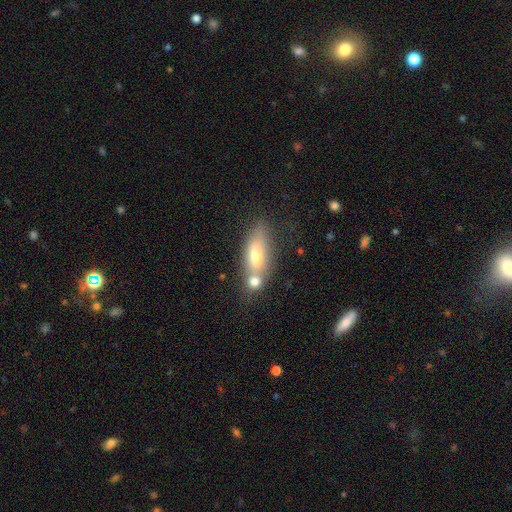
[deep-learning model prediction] smooth 62%, featured or disk 29%, star or artifact 9%. Down the decision tree: how rounded — in between (68%); merging — merger (43%).